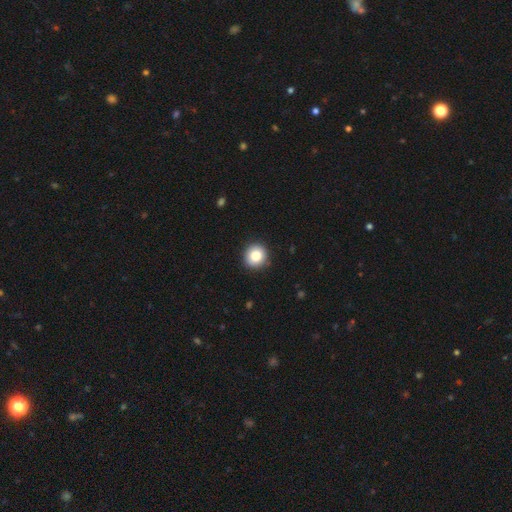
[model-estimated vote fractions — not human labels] smooth-or-featured: smooth: 84% | star or artifact: 9% | featured or disk: 7%
  how-rounded: round: 91% | in between: 8% | cigar-shaped: 1%
  merging: none: 90% | minor disturbance: 7% | major disturbance: 2% | merger: 1%